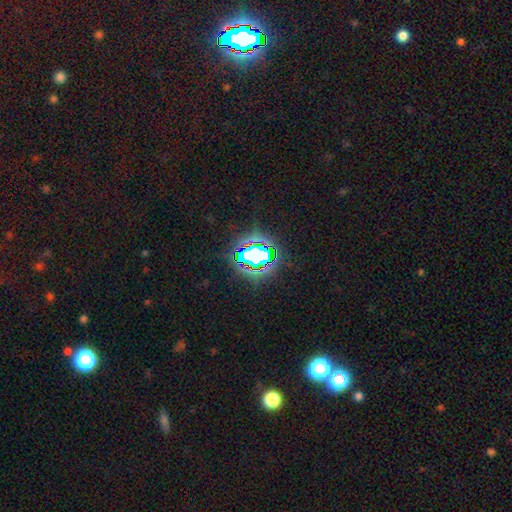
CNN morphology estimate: This is likely a star or artifact rather than a galaxy (67%).